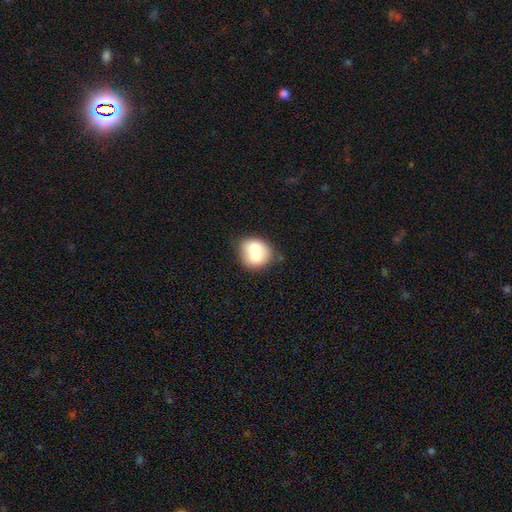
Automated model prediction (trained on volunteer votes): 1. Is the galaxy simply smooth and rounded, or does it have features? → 67% smooth, 25% featured or disk, 8% star or artifact.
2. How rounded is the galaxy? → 70% round, 29% in between, 1% cigar-shaped.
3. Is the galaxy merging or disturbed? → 50% merger, 36% none, 10% minor disturbance, 4% major disturbance.